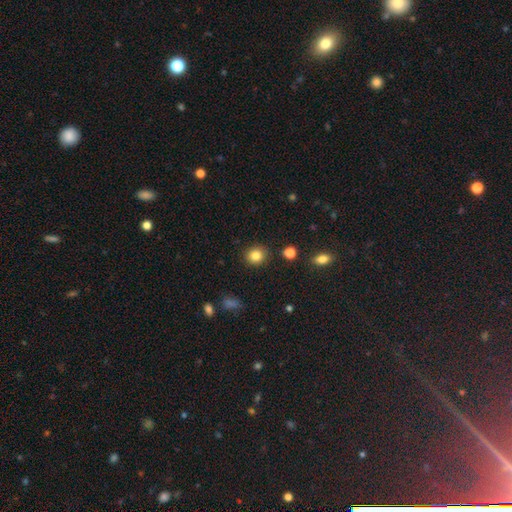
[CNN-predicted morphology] A smooth galaxy with no disk features (85%) that is round (83%). Merging: none (88%).